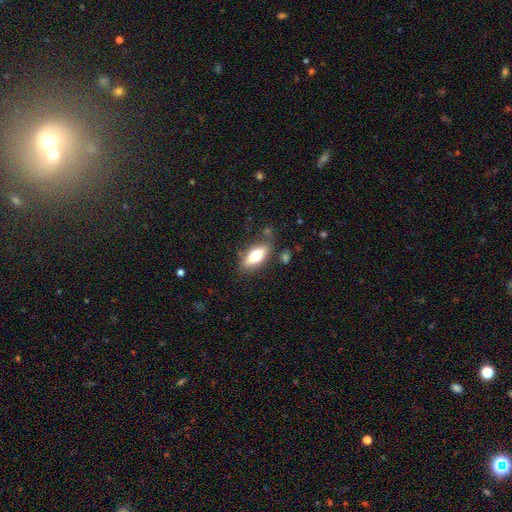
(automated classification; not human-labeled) Q: Smooth or featured?
A: smooth (65%); runner-up: featured or disk (28%)
Q: How rounded?
A: in between (74%); runner-up: cigar-shaped (23%)
Q: Merging?
A: none (78%); runner-up: minor disturbance (15%)